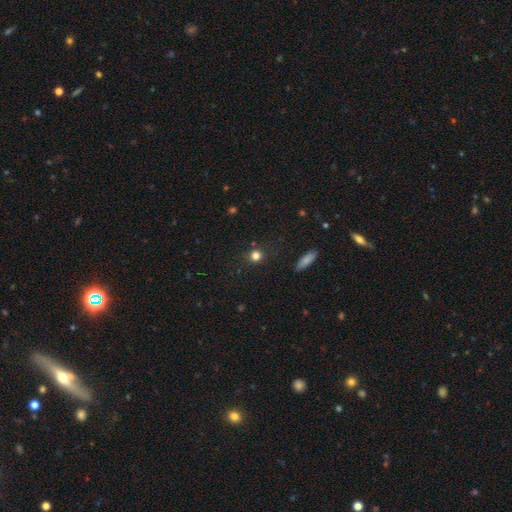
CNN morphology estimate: Smooth or featured: smooth — 77% (star or artifact — 17%)
How rounded: round — 86% (in between — 12%)
Merging: none — 83% (minor disturbance — 10%)